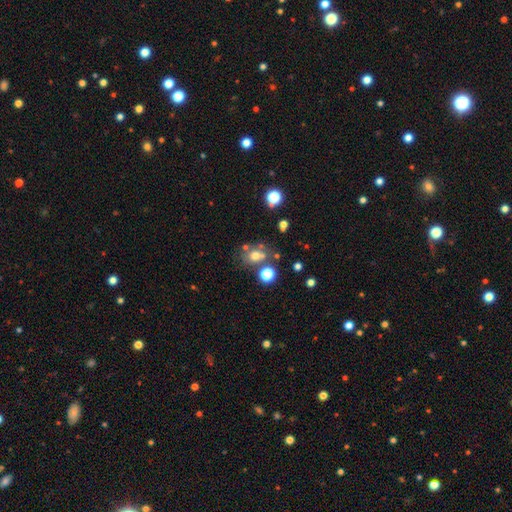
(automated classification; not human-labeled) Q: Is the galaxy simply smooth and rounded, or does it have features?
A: smooth — 64%.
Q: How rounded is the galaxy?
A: round — 60%.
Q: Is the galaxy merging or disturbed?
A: none — 58%.